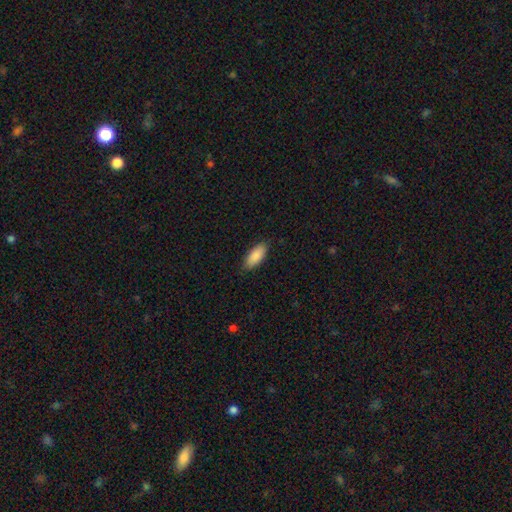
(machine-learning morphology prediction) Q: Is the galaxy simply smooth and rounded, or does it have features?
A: smooth — 88%.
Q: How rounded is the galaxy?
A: in between — 83%.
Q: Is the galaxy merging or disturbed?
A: none — 86%.